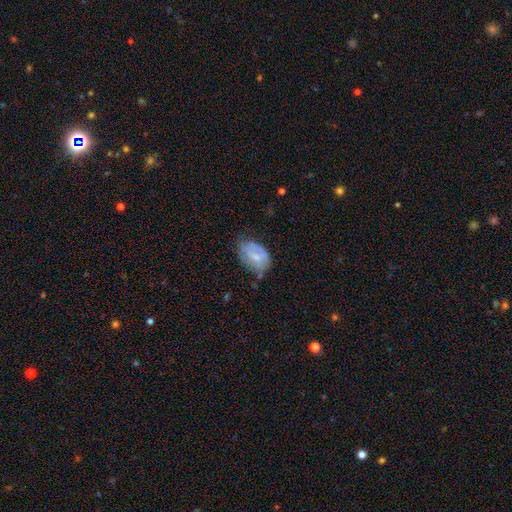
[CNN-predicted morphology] smooth_or_featured: smooth (p=0.51) [alt: featured or disk p=0.41]
how_rounded: in between (p=0.85) [alt: round p=0.13]
merging: none (p=0.43) [alt: minor disturbance p=0.37]